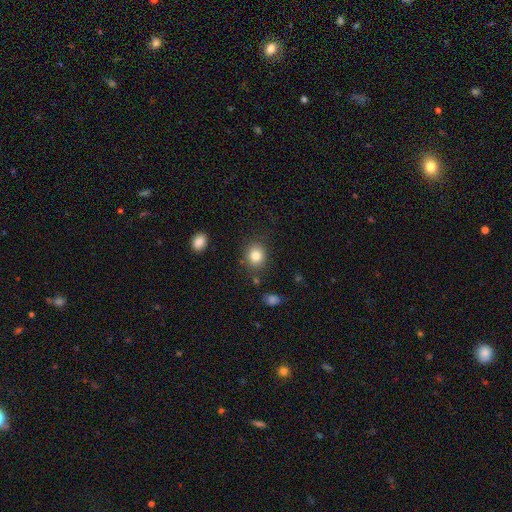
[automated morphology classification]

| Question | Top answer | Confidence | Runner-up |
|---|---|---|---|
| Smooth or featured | smooth | 84% | star or artifact (10%) |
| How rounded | round | 72% | in between (27%) |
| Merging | none | 84% | minor disturbance (10%) |